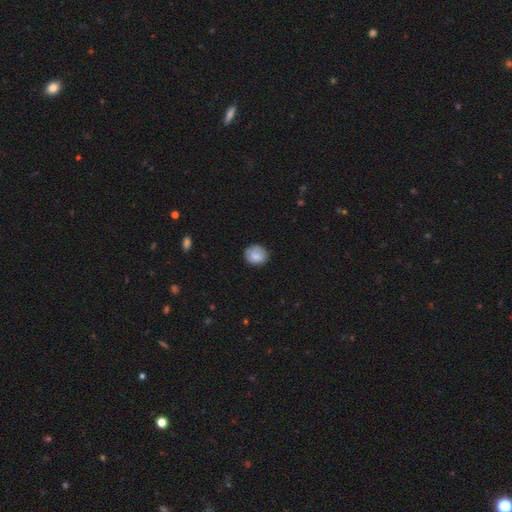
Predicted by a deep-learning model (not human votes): This appears to be a smooth galaxy with no disk features (82%) that is round (74%). Merging: none (81%).